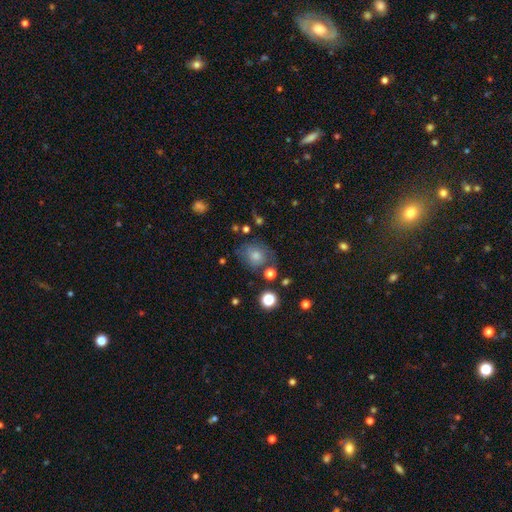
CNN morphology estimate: Overall: smooth (57%; star or artifact 22%). How rounded: round (73%). Merging: none (69%).